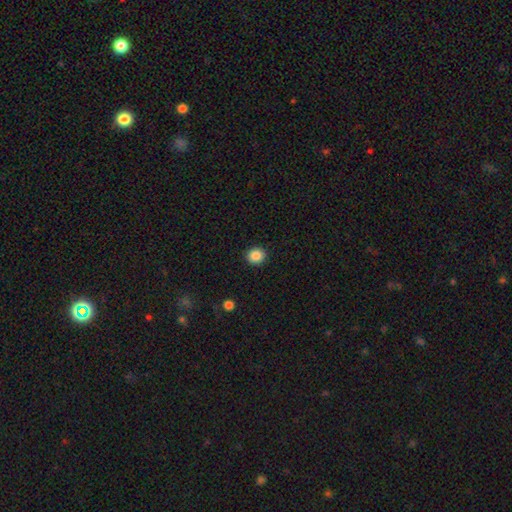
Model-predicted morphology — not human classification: type=smooth (87%); roundness=round (84%); merging=none (92%).